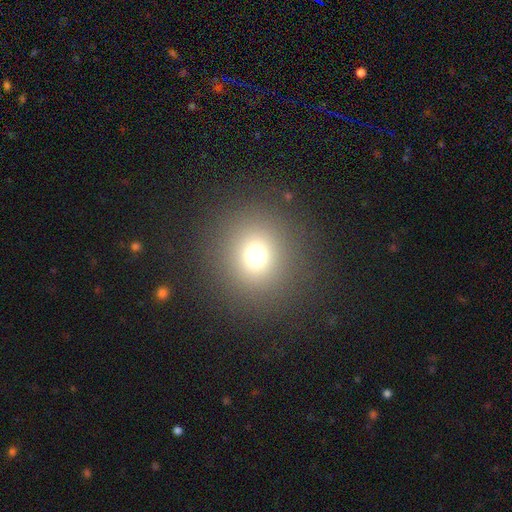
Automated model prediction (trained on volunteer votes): Smooth or featured? Predicted: smooth (p=0.71). How rounded? Predicted: round (p=0.90). Merging? Predicted: none (p=0.89).